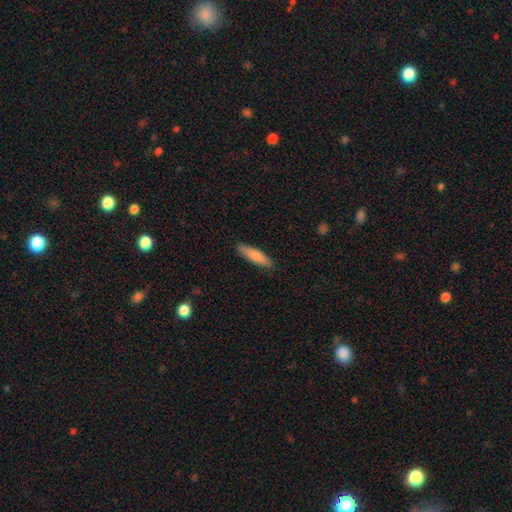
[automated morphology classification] smooth-or-featured: smooth: 81% | featured or disk: 14% | star or artifact: 5%
  how-rounded: cigar-shaped: 71% | in between: 28% | round: 1%
  merging: none: 87% | minor disturbance: 10% | major disturbance: 2% | merger: 1%